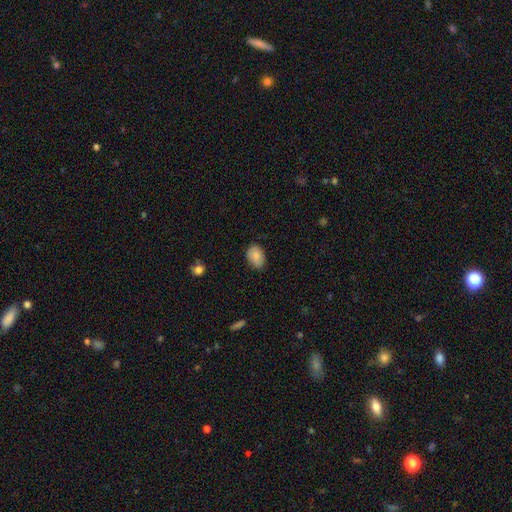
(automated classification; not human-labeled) A smooth galaxy with no disk features (86%) that is in between round and cigar-shaped (85%).

Vote fractions:
- Smooth or featured? smooth: 86% / star or artifact: 7% / featured or disk: 7%
- How rounded? in between: 85% / round: 13% / cigar-shaped: 1%
- Merging? none: 80% / minor disturbance: 16% / major disturbance: 3% / merger: 1%